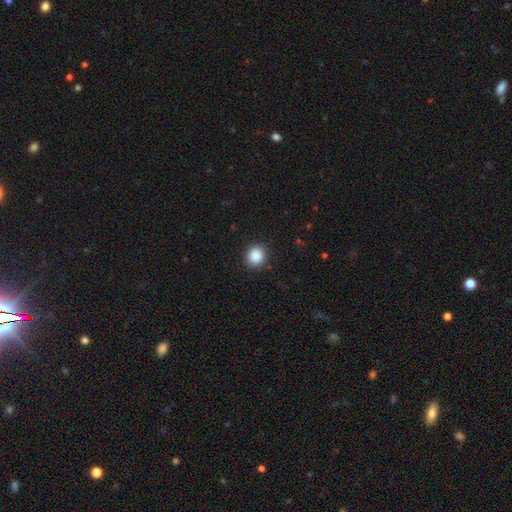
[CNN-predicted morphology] Smooth or featured? Predicted: smooth (p=0.88). How rounded? Predicted: round (p=0.84). Merging? Predicted: none (p=0.89).